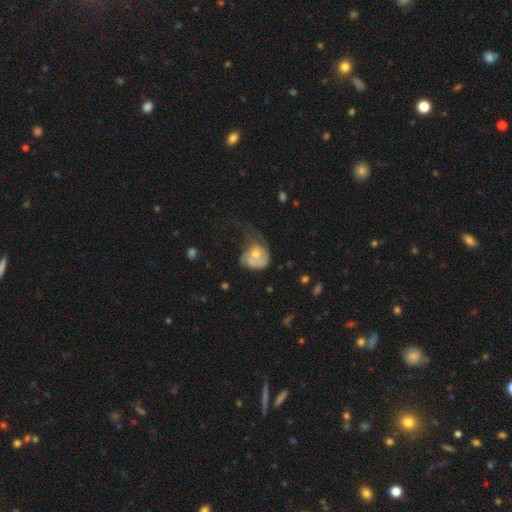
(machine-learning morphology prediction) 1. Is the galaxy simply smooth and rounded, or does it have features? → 49% smooth, 43% featured or disk, 7% star or artifact.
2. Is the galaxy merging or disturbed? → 44% major disturbance, 23% minor disturbance, 20% none, 13% merger.